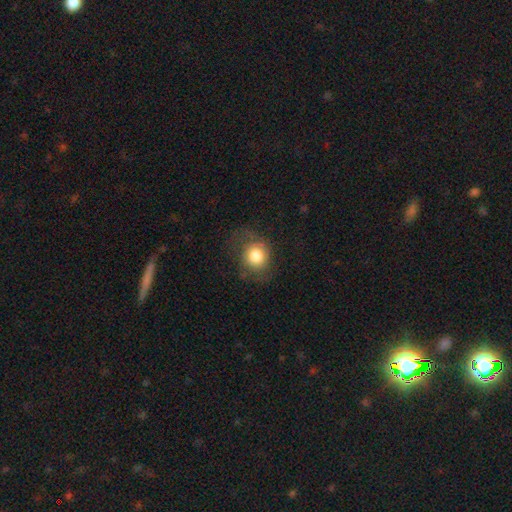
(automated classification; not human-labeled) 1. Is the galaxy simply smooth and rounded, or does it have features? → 79% smooth, 12% featured or disk, 9% star or artifact.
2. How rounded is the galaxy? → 74% round, 25% in between, 1% cigar-shaped.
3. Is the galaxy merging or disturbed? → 64% none, 21% minor disturbance, 13% major disturbance, 1% merger.